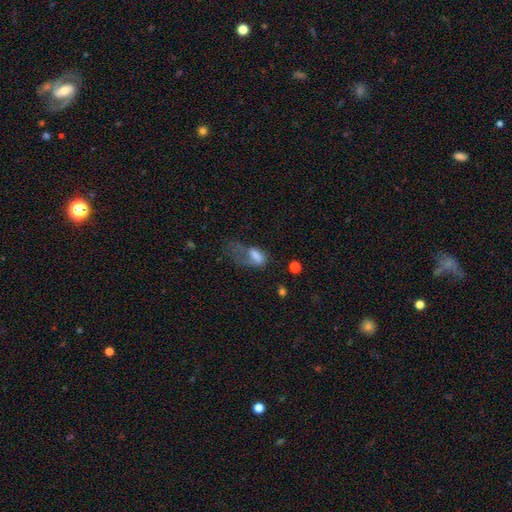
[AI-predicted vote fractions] Smooth or featured? Predicted: smooth (p=0.62). How rounded? Predicted: in between (p=0.83). Merging? Predicted: major disturbance (p=0.63).